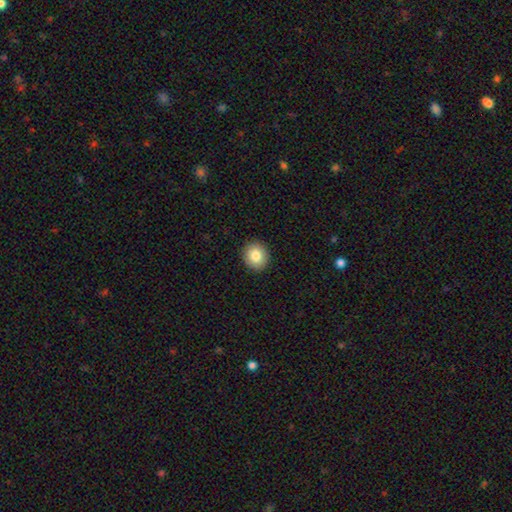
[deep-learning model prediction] This appears to be a smooth galaxy with no disk features (83%) that is round (85%). Merging: none (93%).